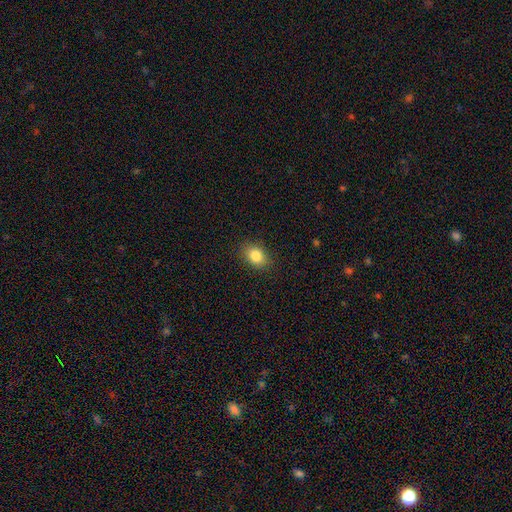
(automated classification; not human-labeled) This is clearly a smooth galaxy (85%). How rounded: likely in between (74%). Merging: clearly none (88%).